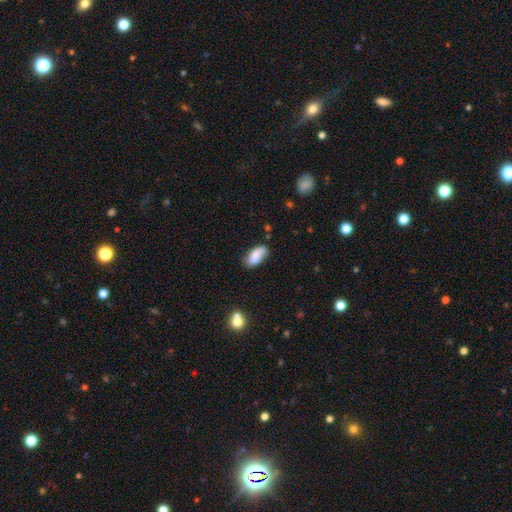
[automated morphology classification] smooth-or-featured: smooth: 73% | featured or disk: 19% | star or artifact: 8%
  how-rounded: in between: 89% | cigar-shaped: 8% | round: 3%
  merging: none: 65% | minor disturbance: 24% | major disturbance: 6% | merger: 6%